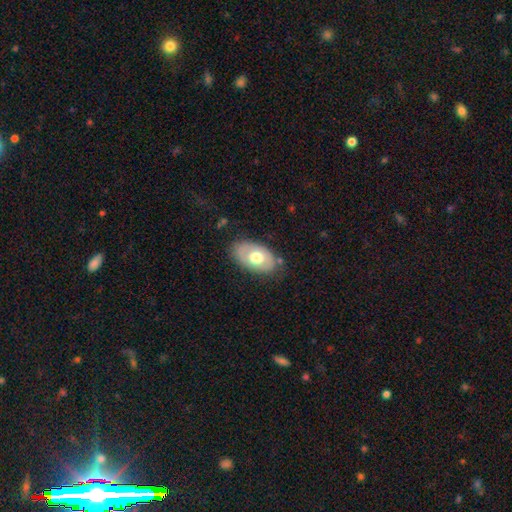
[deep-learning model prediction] A smooth galaxy with no disk features (54%) that is in between round and cigar-shaped (90%).

Vote fractions:
- Smooth or featured? smooth: 54% / featured or disk: 37% / star or artifact: 9%
- How rounded? in between: 90% / round: 8% / cigar-shaped: 2%
- Merging? none: 83% / minor disturbance: 12% / major disturbance: 3% / merger: 1%